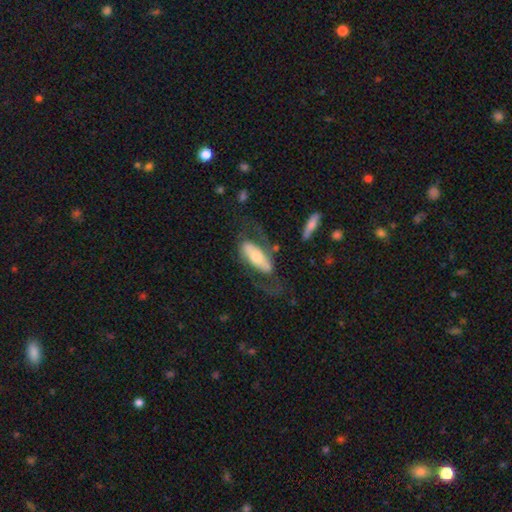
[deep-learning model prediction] A featured or disk galaxy (60%). Merging: none (53%).